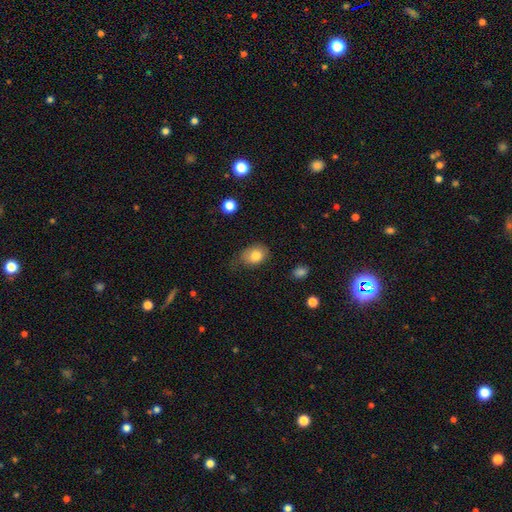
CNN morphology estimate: A smooth galaxy with no disk features (81%) that is in between round and cigar-shaped (67%).

Vote fractions:
- Smooth or featured? smooth: 81% / featured or disk: 11% / star or artifact: 9%
- How rounded? in between: 67% / round: 32% / cigar-shaped: 1%
- Merging? none: 50% / minor disturbance: 34% / major disturbance: 14% / merger: 2%